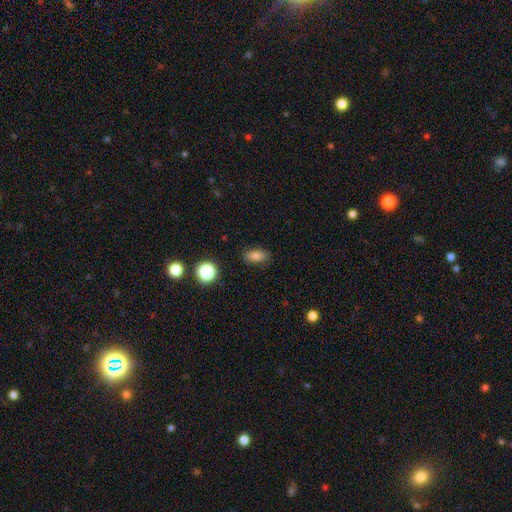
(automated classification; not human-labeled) This appears to be a smooth galaxy with no disk features (77%) that is in between round and cigar-shaped (84%). Merging: none (84%).